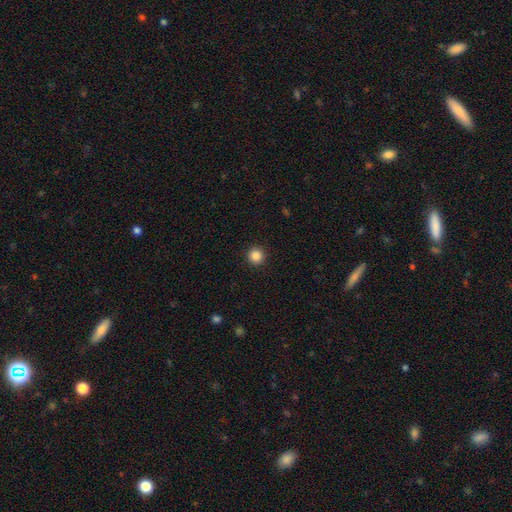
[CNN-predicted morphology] This appears to be a smooth galaxy with no disk features (86%) that is round (95%). Merging: none (93%).